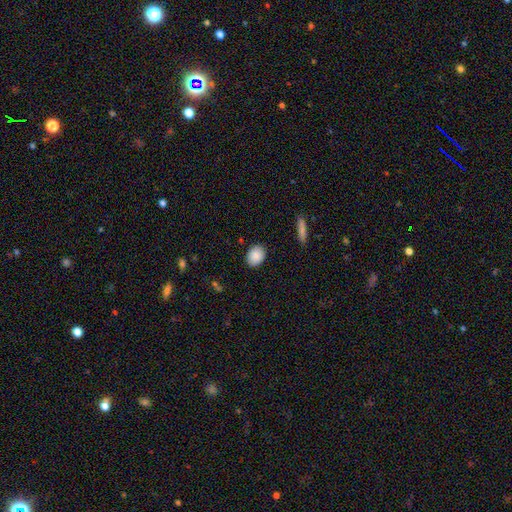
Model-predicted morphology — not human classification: Q: Smooth or featured?
A: smooth (89%); runner-up: star or artifact (7%)
Q: How rounded?
A: in between (58%); runner-up: round (41%)
Q: Merging?
A: none (88%); runner-up: minor disturbance (9%)